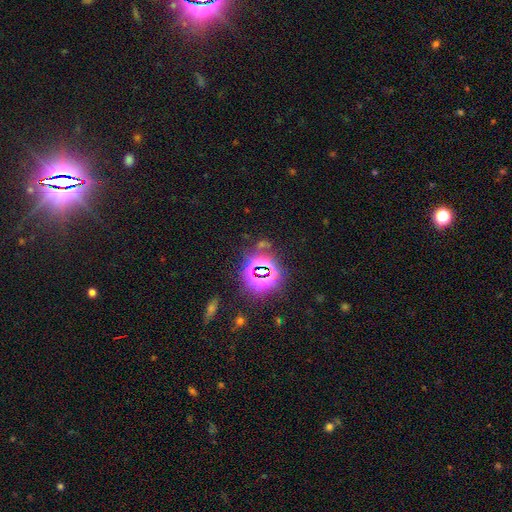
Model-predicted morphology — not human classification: star or artifact 82%, smooth 11%, featured or disk 7%.